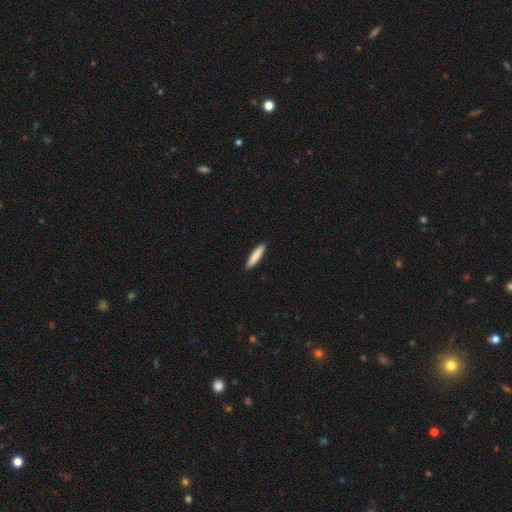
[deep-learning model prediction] smooth 84%, featured or disk 11%, star or artifact 5%. Down the decision tree: how rounded — cigar-shaped (87%); merging — none (91%).